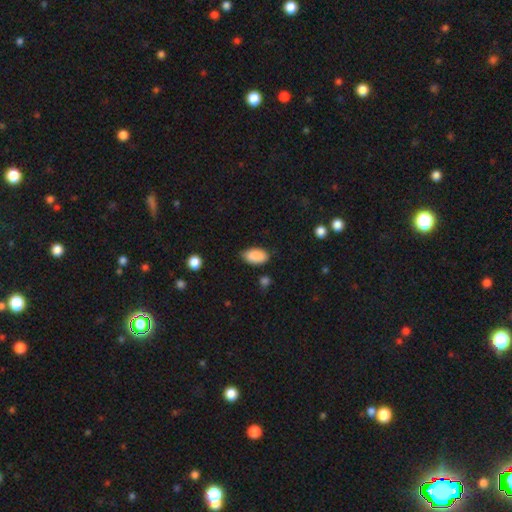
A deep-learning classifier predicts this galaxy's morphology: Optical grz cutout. It shows a smooth galaxy with no disk features (89%) that is in between round and cigar-shaped (94%). Merging: none (75%).